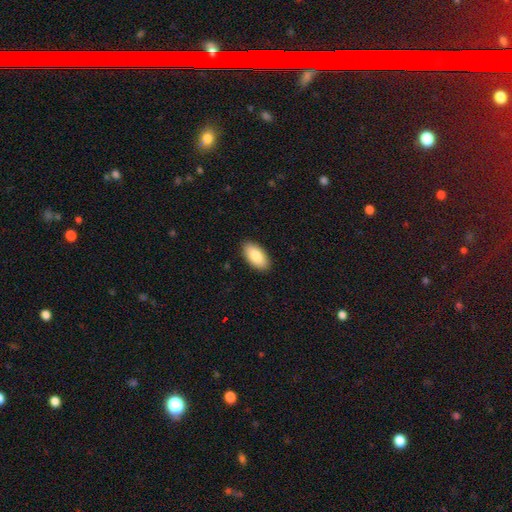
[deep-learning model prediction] This appears to be a smooth galaxy with no disk features (85%) that is in between round and cigar-shaped (94%). Merging: none (90%).